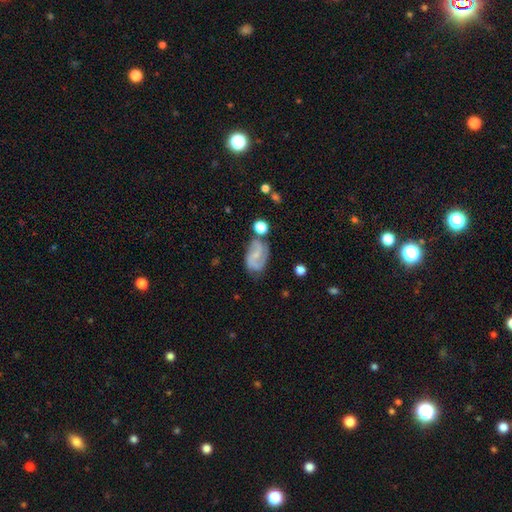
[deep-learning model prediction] A featured or disk galaxy (73%) with no bar (44%, tied with weak), 2 (85%) medium (48%) spiral arms (92%) and a small central bulge (65%).

Vote fractions:
- Smooth or featured? featured or disk: 73% / smooth: 20% / star or artifact: 7%
- Edge-on disk? no: 97% / yes: 3%
- Bar? no: 44% (tied) / weak: 44% (tied) / strong: 11%
- Spiral arms? yes: 92% / no: 8%
- Spiral winding? medium: 48% / loose: 29% / tight: 23%
- Spiral arm count? 2: 85% / can't tell: 8% / 3: 3% / 1: 3% / 4: 1% / more than 4: 1%
- Bulge size? small: 65% / moderate: 19% / none: 14% / large: 1% / dominant: 1%
- Merging? none: 65% / minor disturbance: 20% / merger: 8% / major disturbance: 7%